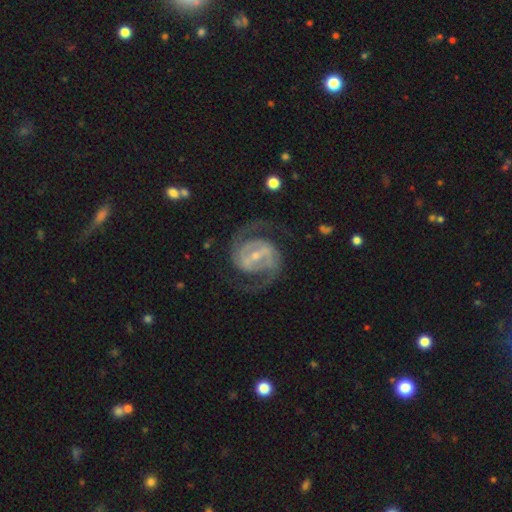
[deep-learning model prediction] Smooth or featured?
  - featured or disk: 92% *
  - star or artifact: 4%
  - smooth: 4%
Edge-on disk?
  - no: 98% *
  - yes: 2%
Bar?
  - strong: 50% *
  - weak: 38%
  - no: 12%
Spiral arms?
  - yes: 98% *
  - no: 2%
Spiral winding?
  - medium: 58% *
  - tight: 29%
  - loose: 13%
Spiral arm count?
  - 2: 92% *
  - 3: 2%
  - can't tell: 2%
  - 1: 1%
  - 4: 1%
  - more than 4: 1%
Bulge size?
  - small: 65% *
  - moderate: 29%
  - none: 2%
  - large: 2%
  - dominant: 1%
Merging?
  - none: 79% *
  - minor disturbance: 11%
  - major disturbance: 8%
  - merger: 1%